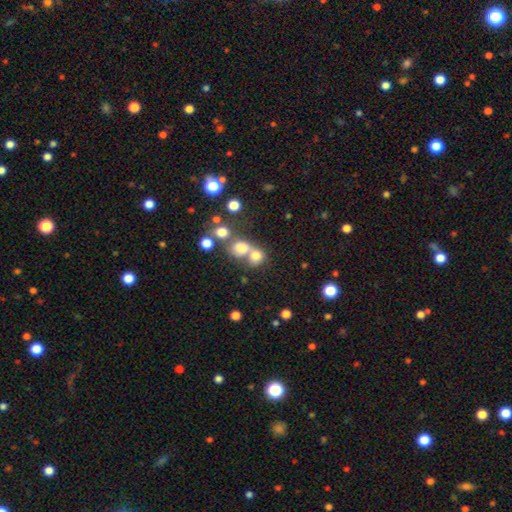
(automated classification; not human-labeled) This is likely a smooth galaxy (72%). How rounded: likely round (67%). Merging: possibly merger (54%).